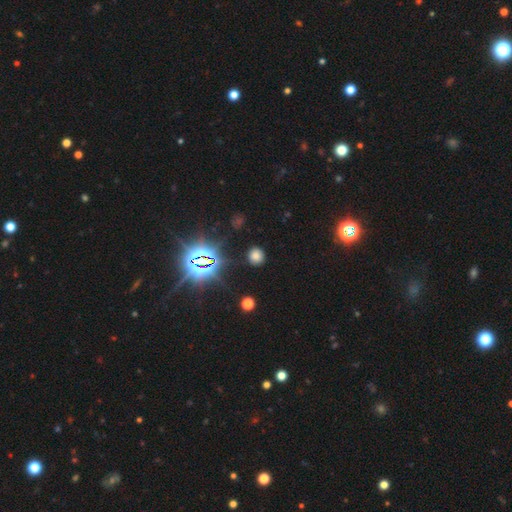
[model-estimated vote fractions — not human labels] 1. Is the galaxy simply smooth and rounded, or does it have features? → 64% smooth, 29% star or artifact, 7% featured or disk.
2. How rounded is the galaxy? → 83% round, 16% in between, 1% cigar-shaped.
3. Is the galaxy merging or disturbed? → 86% none, 9% minor disturbance, 3% major disturbance, 2% merger.